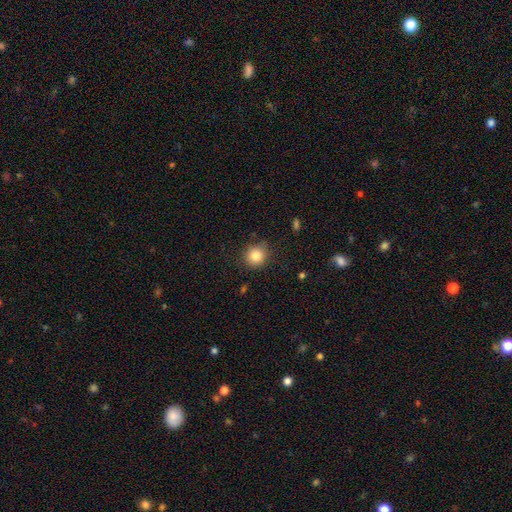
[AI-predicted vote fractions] Smooth or featured: smooth — 84% (star or artifact — 10%)
How rounded: round — 88% (in between — 11%)
Merging: none — 83% (minor disturbance — 13%)